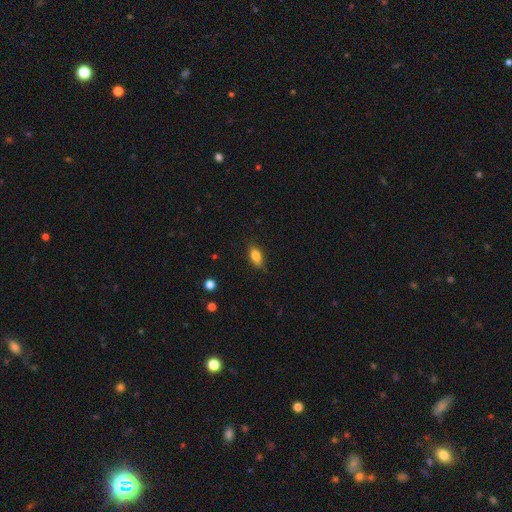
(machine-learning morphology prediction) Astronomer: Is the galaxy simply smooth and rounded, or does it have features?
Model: smooth — 79%.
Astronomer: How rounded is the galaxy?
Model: in between — 83%.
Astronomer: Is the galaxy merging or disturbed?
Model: none — 80%.